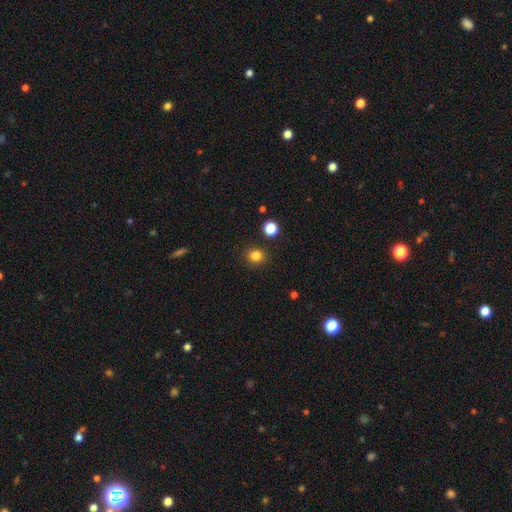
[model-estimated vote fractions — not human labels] smooth_or_featured: smooth (p=0.84) [alt: star or artifact p=0.12]
how_rounded: round (p=0.82) [alt: in between p=0.17]
merging: none (p=0.88) [alt: minor disturbance p=0.07]